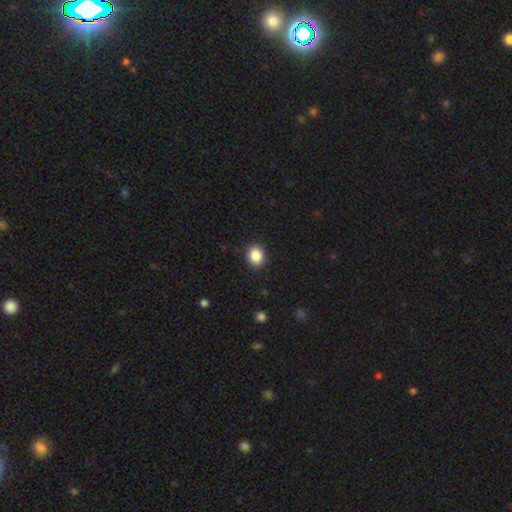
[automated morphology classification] The model was most divided on "how rounded": round: 66%, in between: 33%, cigar-shaped: 1%. More confident: merging — none (91%); smooth or featured — smooth (87%).